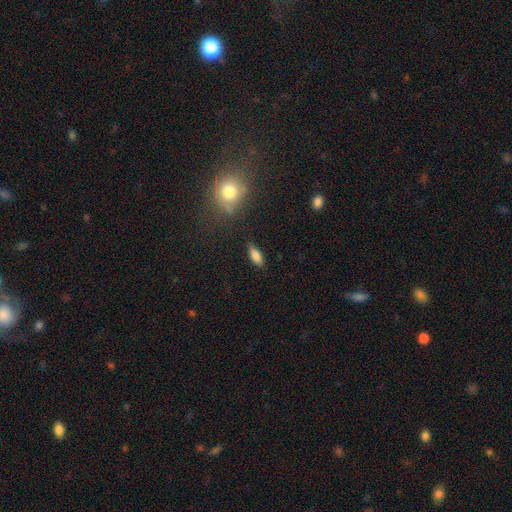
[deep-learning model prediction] Q: Smooth or featured?
A: smooth (81%); runner-up: featured or disk (10%)
Q: How rounded?
A: in between (77%); runner-up: cigar-shaped (20%)
Q: Merging?
A: none (80%); runner-up: minor disturbance (15%)